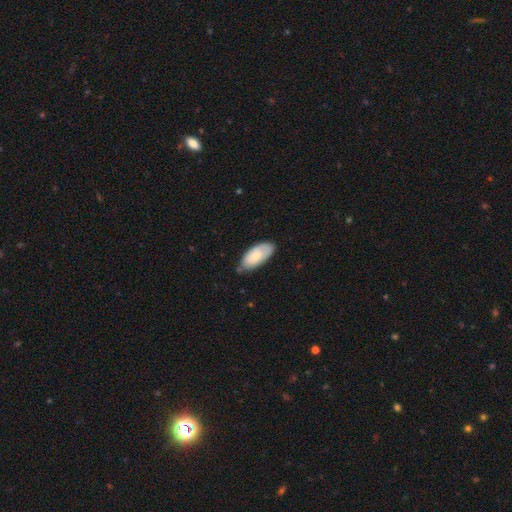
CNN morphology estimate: type=smooth (71%); roundness=in between (92%); merging=none (68%).